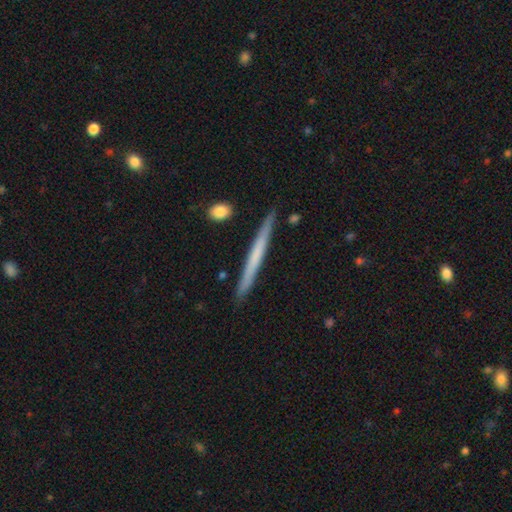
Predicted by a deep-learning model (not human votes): The model was most divided on "smooth or featured": smooth: 50%, featured or disk: 44%, star or artifact: 5%. More confident: how rounded — cigar-shaped (97%); merging — none (90%).